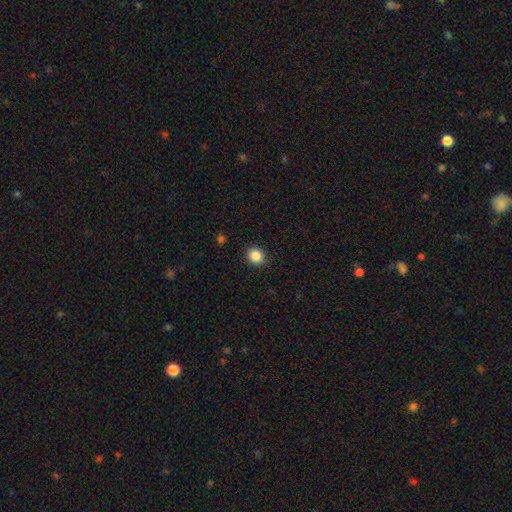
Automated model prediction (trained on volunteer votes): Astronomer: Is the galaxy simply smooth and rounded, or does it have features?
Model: smooth — 86%.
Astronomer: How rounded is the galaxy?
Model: round — 78%.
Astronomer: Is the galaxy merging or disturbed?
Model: none — 89%.